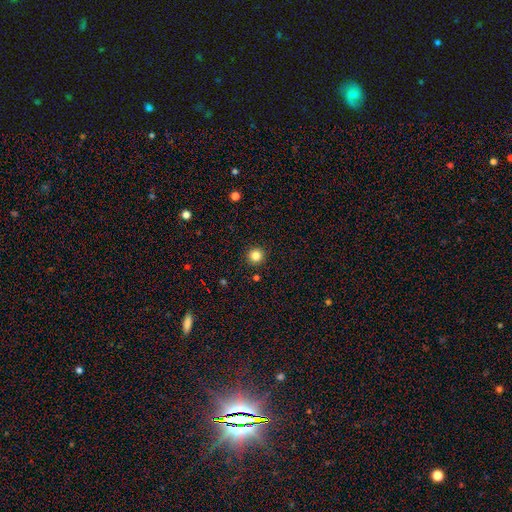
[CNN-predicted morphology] The model was most divided on "smooth or featured": smooth: 83%, star or artifact: 12%, featured or disk: 5%. More confident: how rounded — round (95%); merging — none (92%).